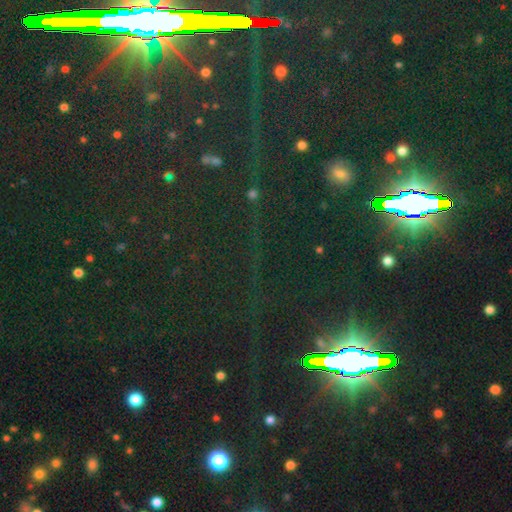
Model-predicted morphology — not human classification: The model was most divided on "smooth or featured": star or artifact: 82%, smooth: 10%, featured or disk: 7%.